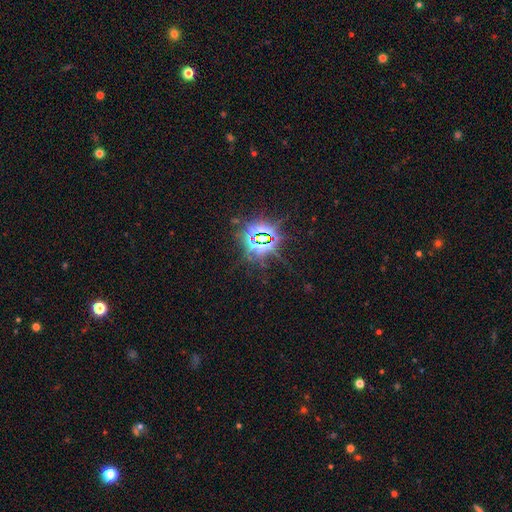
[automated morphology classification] Smooth or featured? star or artifact (77%)